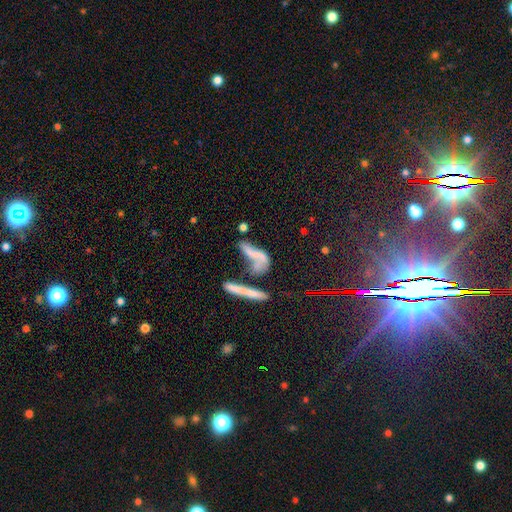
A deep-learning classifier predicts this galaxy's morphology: Smooth or featured?
  - smooth: 45% *
  - featured or disk: 40%
  - star or artifact: 15%
Merging?
  - merger: 41% *
  - none: 23%
  - major disturbance: 23%
  - minor disturbance: 13%